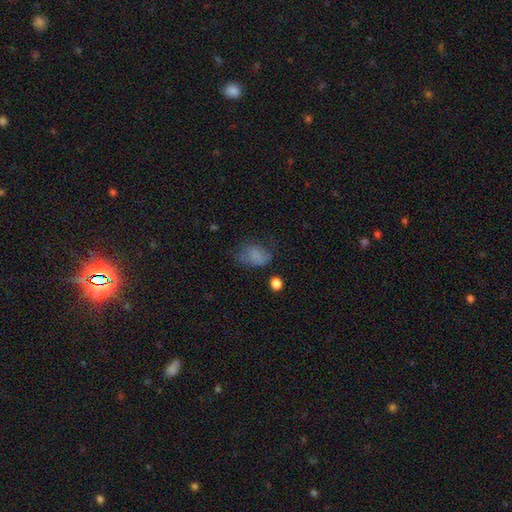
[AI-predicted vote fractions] This appears to be a smooth galaxy with no disk features (73%) that is in between round and cigar-shaped (71%). Merging: none (46%).